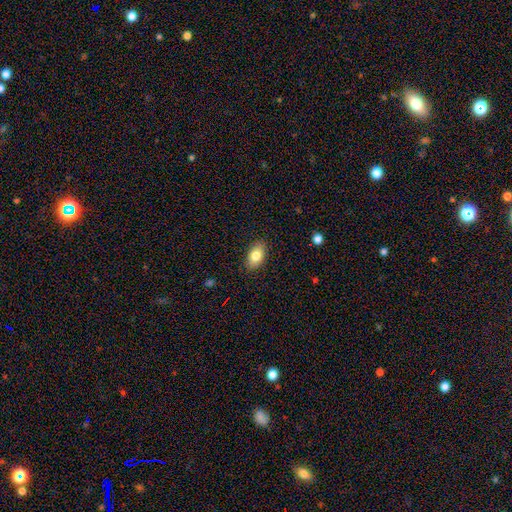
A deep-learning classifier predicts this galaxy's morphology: Q: Smooth or featured?
A: smooth (81%); runner-up: featured or disk (11%)
Q: How rounded?
A: in between (90%); runner-up: round (8%)
Q: Merging?
A: none (87%); runner-up: minor disturbance (9%)